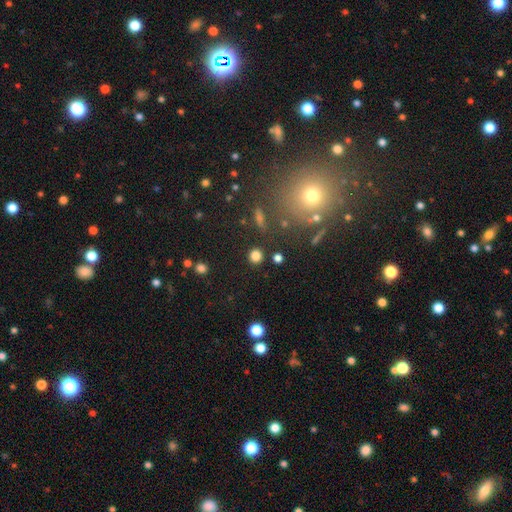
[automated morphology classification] Smooth or featured?
  - smooth: 80% *
  - star or artifact: 15%
  - featured or disk: 5%
How rounded?
  - round: 91% *
  - in between: 8%
  - cigar-shaped: 1%
Merging?
  - none: 88% *
  - minor disturbance: 6%
  - merger: 3%
  - major disturbance: 3%